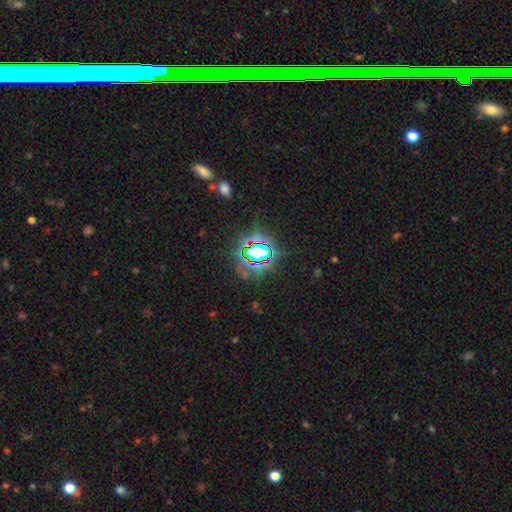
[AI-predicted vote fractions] A star or artifact, not a galaxy (77%).